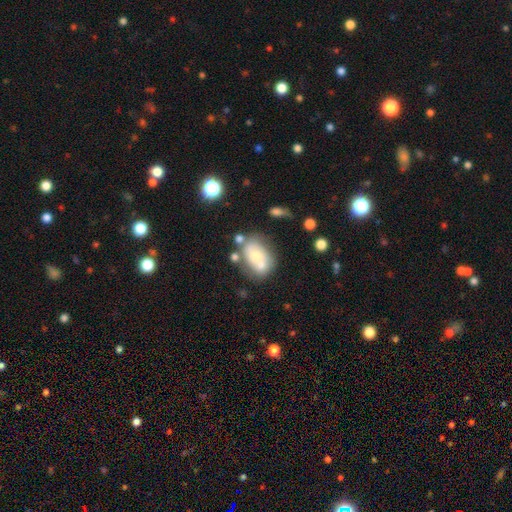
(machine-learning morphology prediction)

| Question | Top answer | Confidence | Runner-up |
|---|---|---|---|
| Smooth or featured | smooth | 53% | featured or disk (38%) |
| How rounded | in between | 73% | round (25%) |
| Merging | merger | 37% | tied: none (37%) |